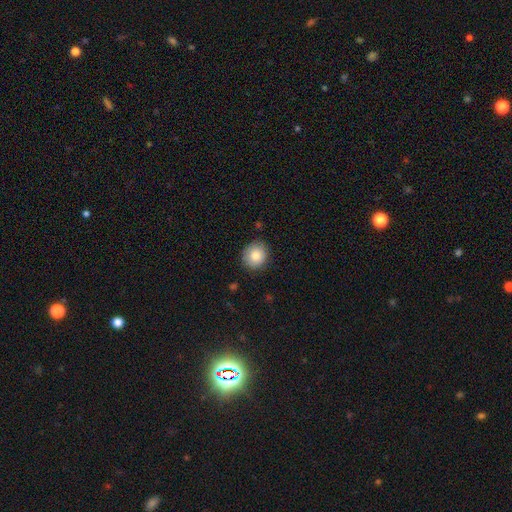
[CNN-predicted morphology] This appears to be a smooth galaxy with no disk features (84%) that is round (79%). Merging: none (86%).